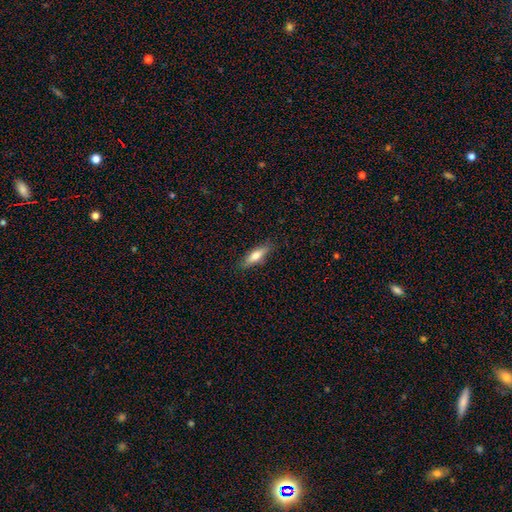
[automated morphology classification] This appears to be a smooth galaxy with no disk features (68%) that is cigar-shaped (54%). Merging: none (84%).